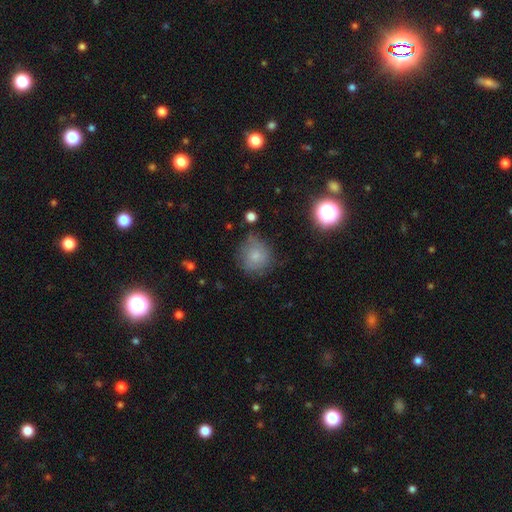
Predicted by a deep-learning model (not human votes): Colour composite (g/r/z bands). It shows a smooth galaxy with no disk features (74%) that is round (85%). Merging: none (62%).